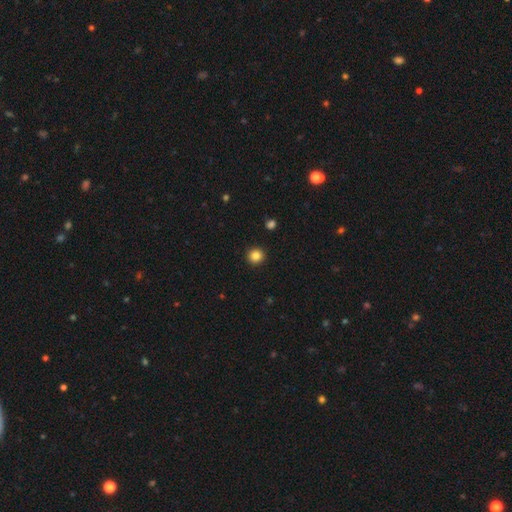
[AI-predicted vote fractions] Morphology: type=smooth (85%); roundness=round (94%); merging=none (93%).